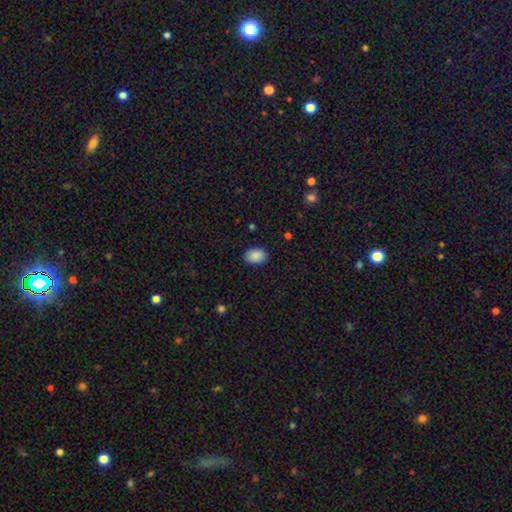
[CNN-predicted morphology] Smooth or featured? smooth (89%)
How rounded? in between (79%)
Merging? none (89%)